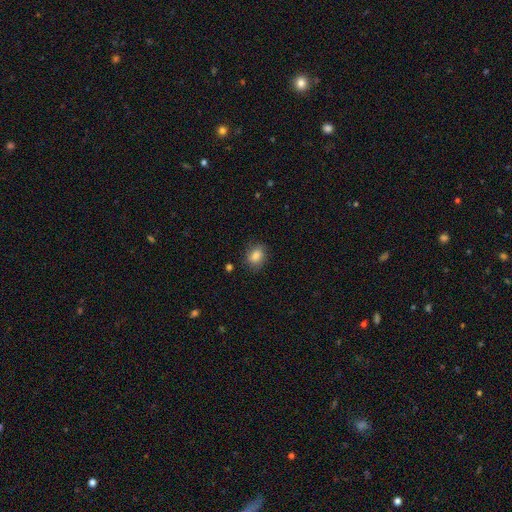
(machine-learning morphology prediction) Q: Smooth or featured?
A: smooth (84%); runner-up: star or artifact (9%)
Q: How rounded?
A: in between (61%); runner-up: round (38%)
Q: Merging?
A: none (78%); runner-up: minor disturbance (16%)